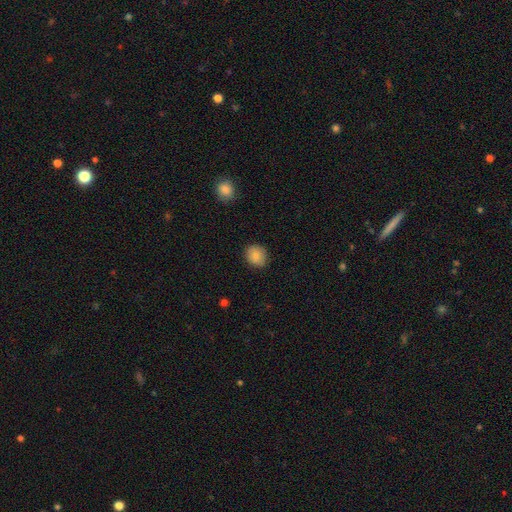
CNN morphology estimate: Smooth or featured? smooth (86%)
How rounded? round (77%)
Merging? none (87%)